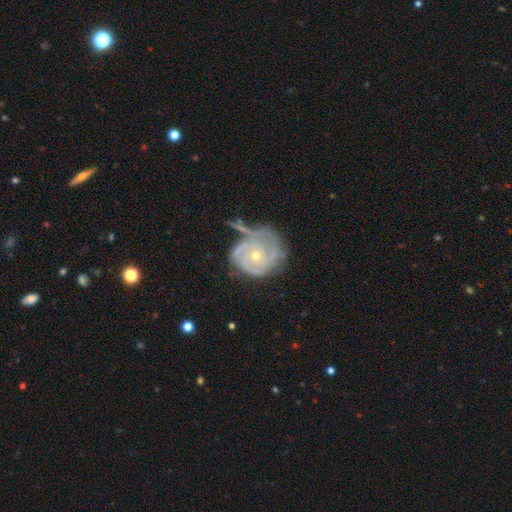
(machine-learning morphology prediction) smooth-or-featured: featured or disk: 89% | smooth: 6% | star or artifact: 5%
  disk-edge-on: no: 98% | yes: 2%
    bar: no: 77% | weak: 18% | strong: 5%
    has-spiral-arms: yes: 97% | no: 3%
      spiral-winding: tight: 72% | medium: 24% | loose: 4%
      spiral-arm-count: 3: 40% | 2: 23% | can't tell: 17% | 4: 10% | 1: 5% | more than 4: 5%
    bulge-size: small: 60% | moderate: 38% | large: 1% | none: 1% | dominant: 1%
  merging: none: 48% | minor disturbance: 26% | major disturbance: 14% | merger: 11%